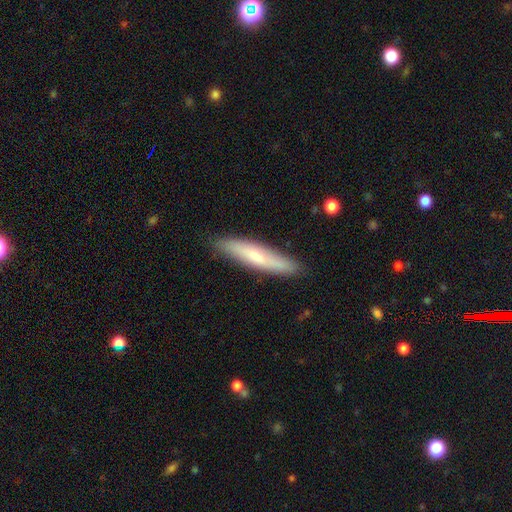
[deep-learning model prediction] Morphology: type=smooth (64%); roundness=cigar-shaped (87%); merging=none (85%).